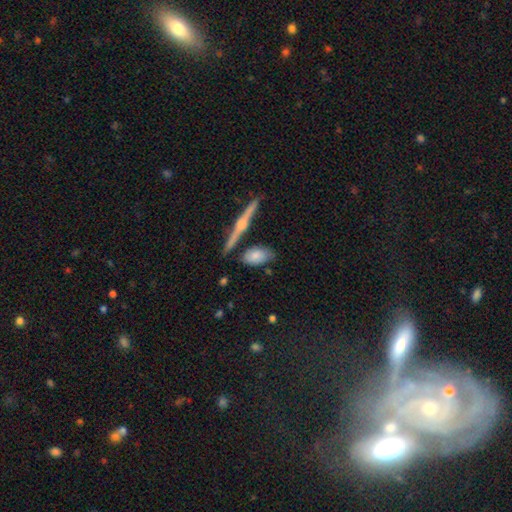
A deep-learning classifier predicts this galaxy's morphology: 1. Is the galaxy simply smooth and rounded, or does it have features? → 70% smooth, 24% featured or disk, 6% star or artifact.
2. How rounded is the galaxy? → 86% in between, 8% cigar-shaped, 6% round.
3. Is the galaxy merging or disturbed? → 67% none, 18% minor disturbance, 10% merger, 4% major disturbance.